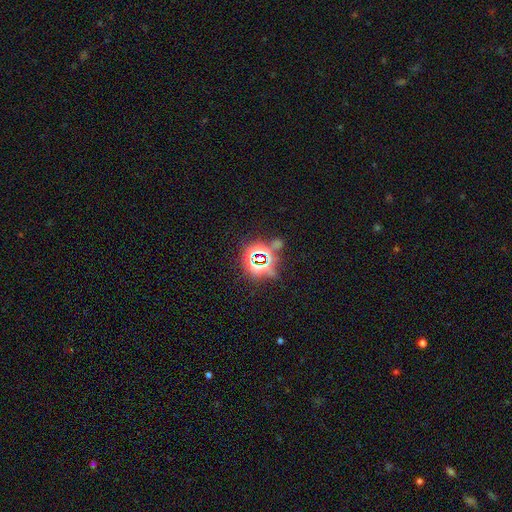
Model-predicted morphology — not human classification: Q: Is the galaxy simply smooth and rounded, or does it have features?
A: star or artifact — 75%.